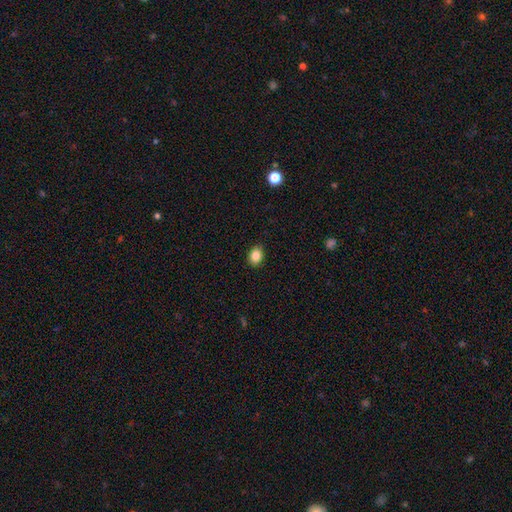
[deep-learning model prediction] smooth_or_featured: smooth (p=0.86) [alt: star or artifact p=0.09]
how_rounded: in between (p=0.65) [alt: round p=0.34]
merging: none (p=0.88) [alt: minor disturbance p=0.09]